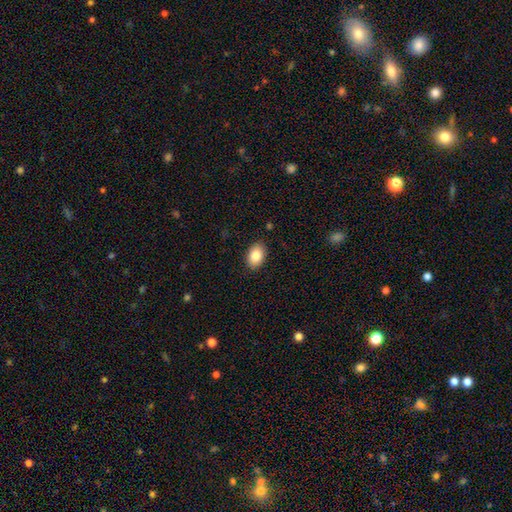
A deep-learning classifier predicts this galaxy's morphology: Smooth or featured: smooth — 86% (star or artifact — 7%)
How rounded: in between — 87% (round — 12%)
Merging: none — 88% (minor disturbance — 9%)